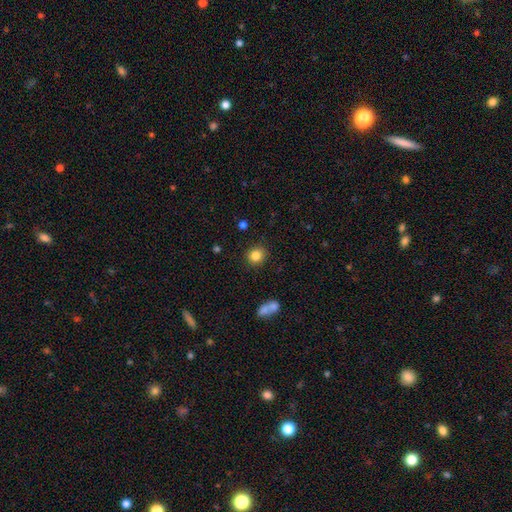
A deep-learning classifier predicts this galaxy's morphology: smooth-or-featured: smooth: 83% | star or artifact: 11% | featured or disk: 6%
  how-rounded: round: 84% | in between: 15% | cigar-shaped: 1%
  merging: none: 89% | minor disturbance: 7% | major disturbance: 2% | merger: 2%